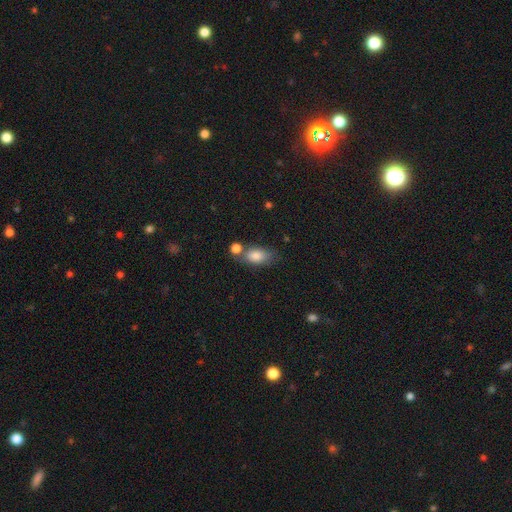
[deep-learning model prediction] smooth 82%, featured or disk 9%, star or artifact 9%. Down the decision tree: how rounded — in between (85%); merging — none (51%).